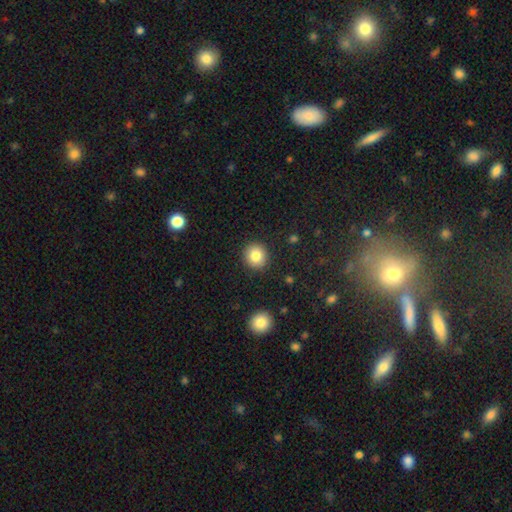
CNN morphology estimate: Smooth or featured? Predicted: smooth (p=0.83). How rounded? Predicted: round (p=0.89). Merging? Predicted: none (p=0.91).